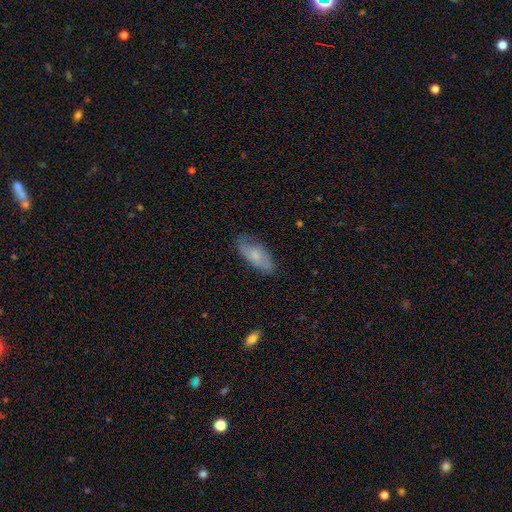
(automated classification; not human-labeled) Smooth or featured?
  - smooth: 68% *
  - featured or disk: 25%
  - star or artifact: 7%
How rounded?
  - in between: 81% *
  - cigar-shaped: 16%
  - round: 2%
Merging?
  - none: 71% *
  - minor disturbance: 22%
  - major disturbance: 5%
  - merger: 1%